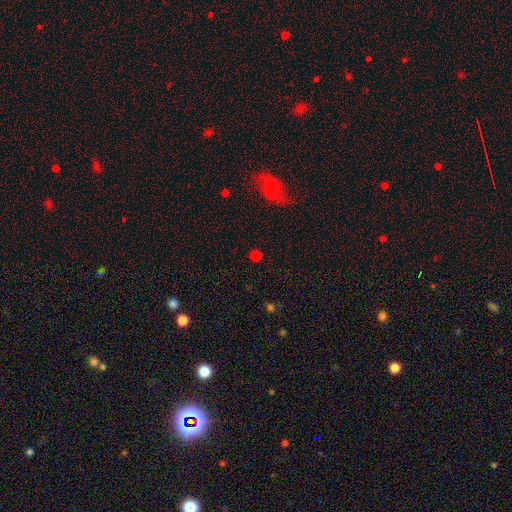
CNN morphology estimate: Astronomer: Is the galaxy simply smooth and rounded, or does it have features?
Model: smooth — 73%.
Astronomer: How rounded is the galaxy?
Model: round — 91%.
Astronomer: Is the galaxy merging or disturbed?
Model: none — 88%.